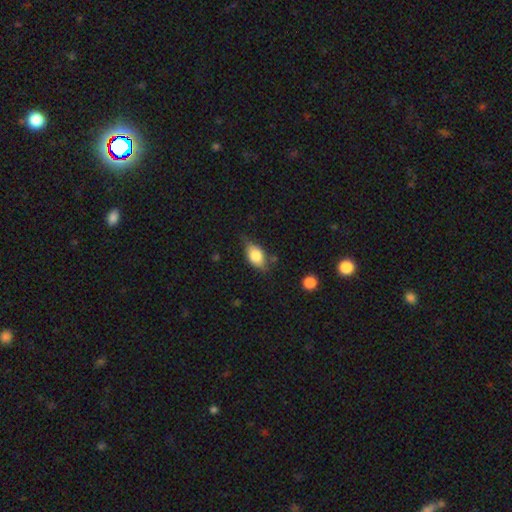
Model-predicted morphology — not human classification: Smooth or featured: smooth — 75% (featured or disk — 17%)
How rounded: in between — 85% (round — 10%)
Merging: none — 61% (minor disturbance — 29%)